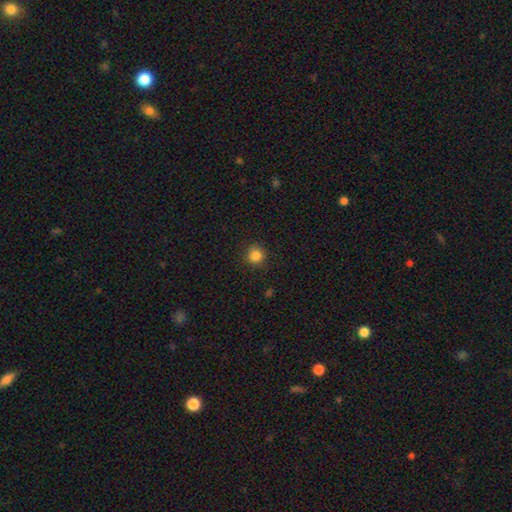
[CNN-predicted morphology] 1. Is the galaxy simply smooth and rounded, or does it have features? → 84% smooth, 12% star or artifact, 4% featured or disk.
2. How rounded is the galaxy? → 91% round, 8% in between, 1% cigar-shaped.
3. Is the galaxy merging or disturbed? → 89% none, 8% minor disturbance, 2% major disturbance, 1% merger.